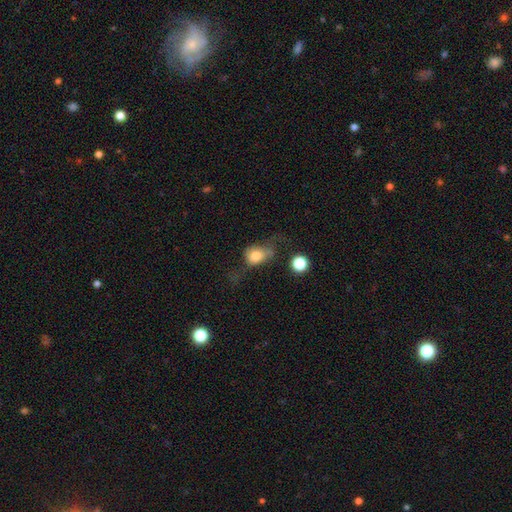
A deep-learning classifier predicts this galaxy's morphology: This is likely a smooth galaxy (73%). How rounded: possibly in between (55%). Merging: marginally major disturbance (41%).